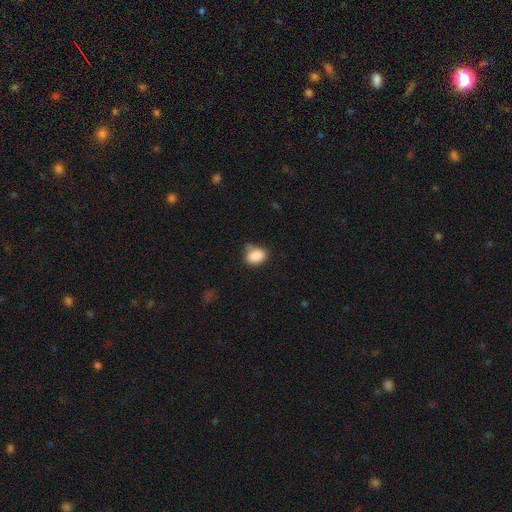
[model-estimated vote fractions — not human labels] The model was most divided on "merging": none: 58%, minor disturbance: 29%, merger: 7%, major disturbance: 7%. More confident: smooth or featured — smooth (87%); how rounded — in between (68%).